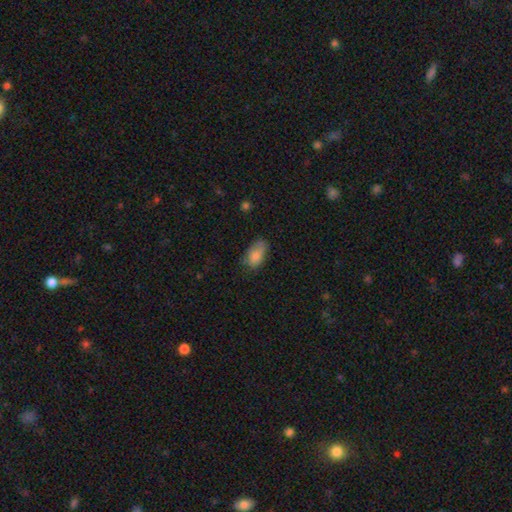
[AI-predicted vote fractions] The model was most divided on "merging": none: 55%, minor disturbance: 32%, major disturbance: 10%, merger: 2%. More confident: how rounded — in between (91%); smooth or featured — smooth (82%).